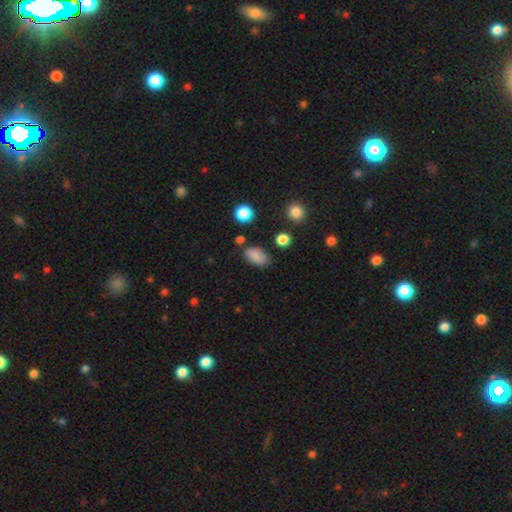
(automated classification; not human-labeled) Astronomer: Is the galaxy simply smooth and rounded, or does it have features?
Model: smooth — 84%.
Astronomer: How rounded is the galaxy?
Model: in between — 90%.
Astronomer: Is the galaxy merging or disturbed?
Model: none — 75%.